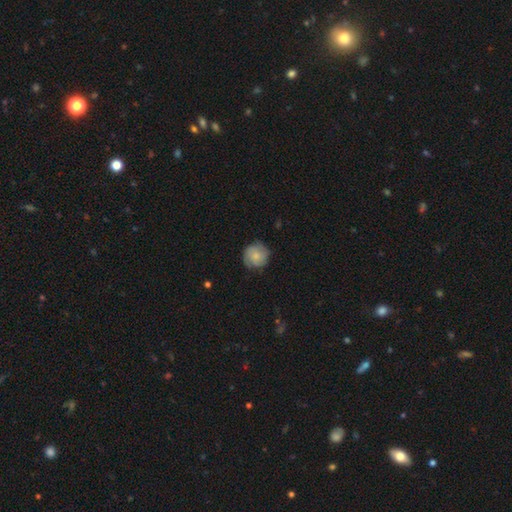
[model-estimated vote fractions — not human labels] Overall: smooth (70%). How rounded: round (92%). Merging: none (78%).